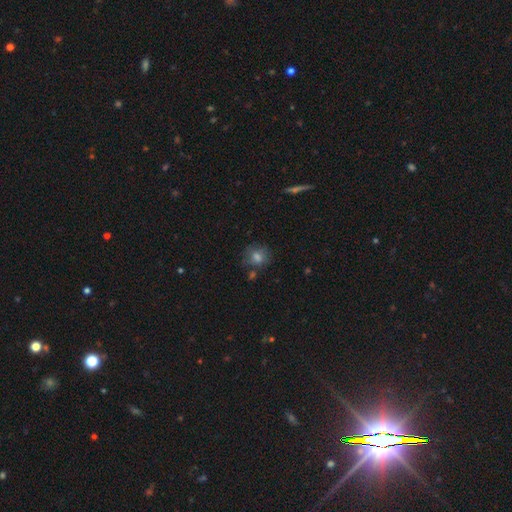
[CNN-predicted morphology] smooth-or-featured: smooth: 65% | star or artifact: 19% | featured or disk: 16%
  how-rounded: round: 85% | in between: 14% | cigar-shaped: 1%
  merging: none: 76% | minor disturbance: 14% | merger: 7% | major disturbance: 4%